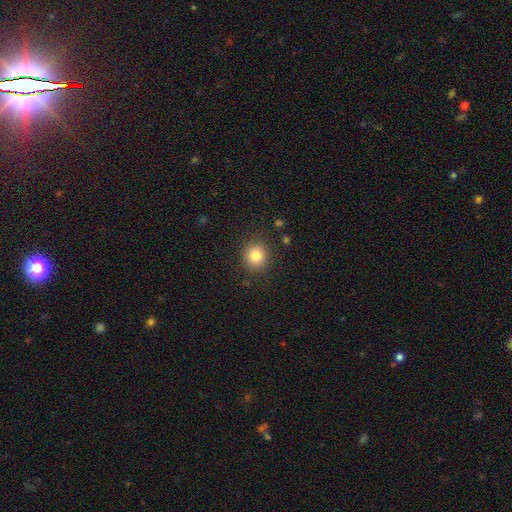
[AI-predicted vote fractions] This appears to be a smooth galaxy with no disk features (83%) that is round (89%). Merging: none (89%).